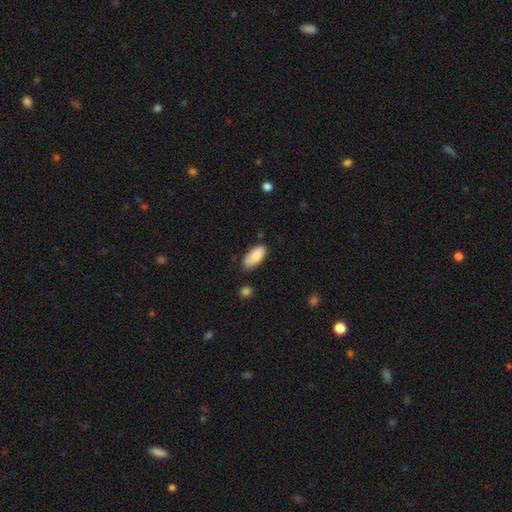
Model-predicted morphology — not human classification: Overall: smooth (86%). How rounded: in between (88%). Merging: none (74%).